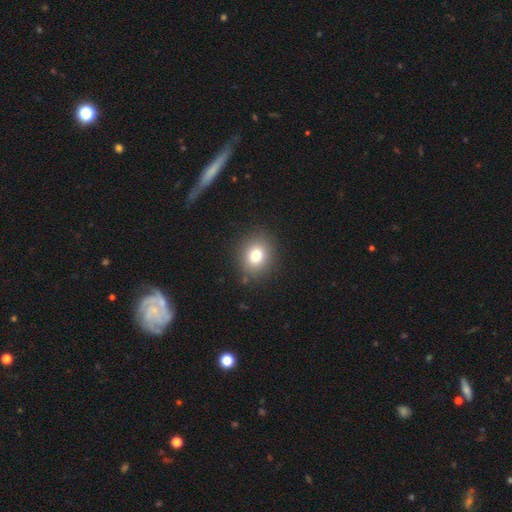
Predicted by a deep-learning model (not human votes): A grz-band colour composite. It shows a smooth galaxy with no disk features (78%) that is round (64%). Merging: none (88%).